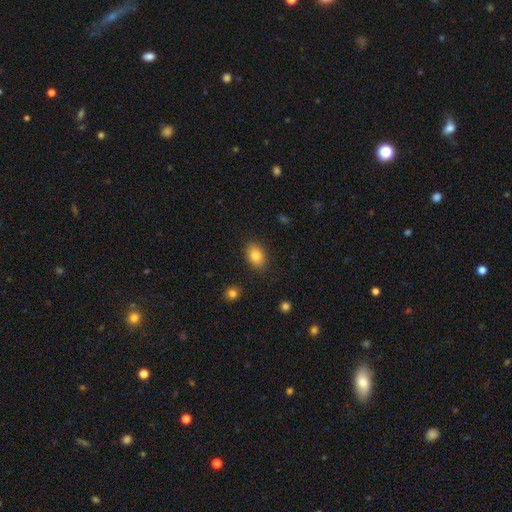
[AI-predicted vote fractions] A smooth galaxy with no disk features (83%) that is in between round and cigar-shaped (76%).

Vote fractions:
- Smooth or featured? smooth: 83% / star or artifact: 9% / featured or disk: 8%
- How rounded? in between: 76% / round: 23% / cigar-shaped: 1%
- Merging? none: 87% / minor disturbance: 10% / major disturbance: 2% / merger: 2%